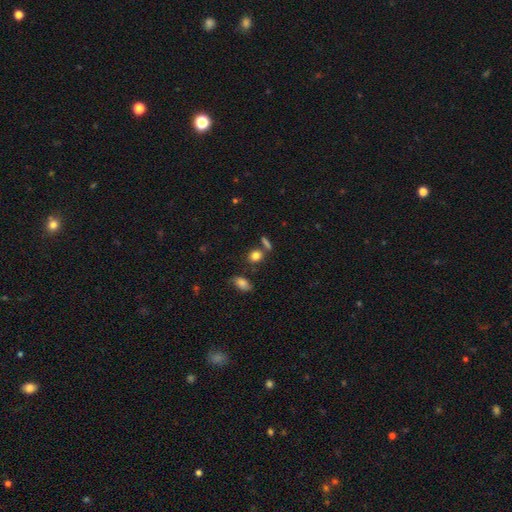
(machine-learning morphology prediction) type=smooth (82%); roundness=round (59%); merging=none (67%).